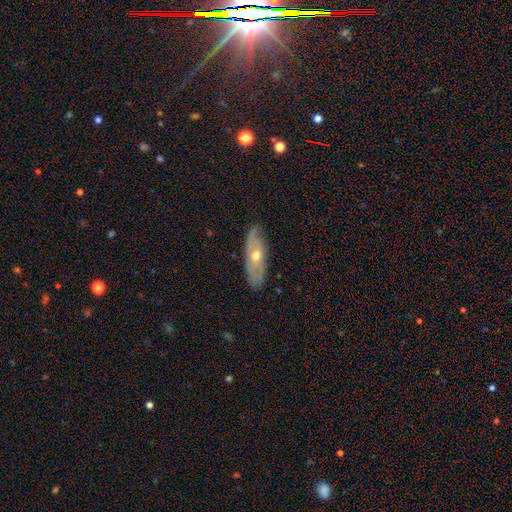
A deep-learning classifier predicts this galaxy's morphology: A featured or disk galaxy (65%).

Vote fractions:
- Smooth or featured? featured or disk: 65% / smooth: 28% / star or artifact: 7%
- Edge-on disk? no: 67% / yes: 33%
- Merging? none: 78% / minor disturbance: 17% / major disturbance: 3% / merger: 1%